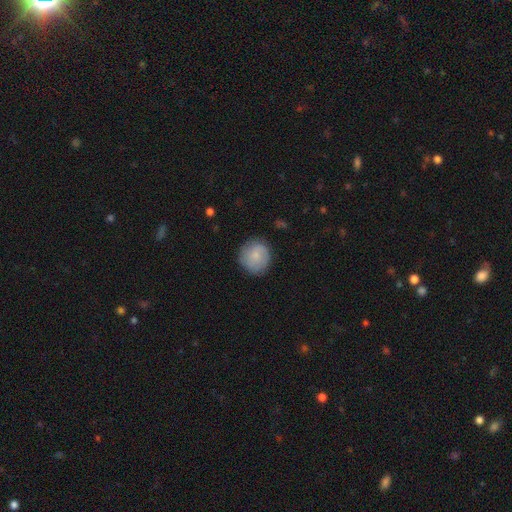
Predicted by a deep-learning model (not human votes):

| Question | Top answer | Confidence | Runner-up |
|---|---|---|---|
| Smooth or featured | smooth | 73% | featured or disk (20%) |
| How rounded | round | 90% | in between (9%) |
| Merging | none | 82% | minor disturbance (13%) |